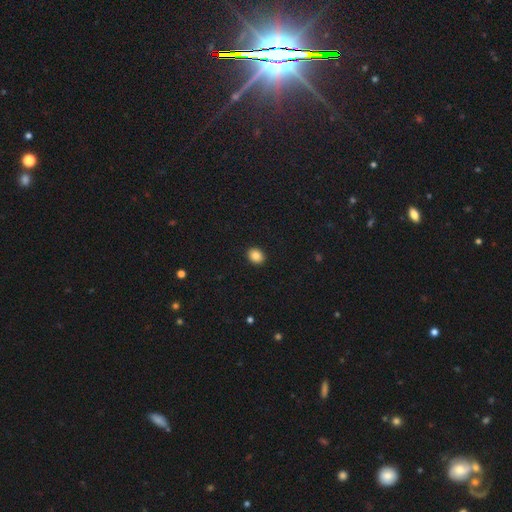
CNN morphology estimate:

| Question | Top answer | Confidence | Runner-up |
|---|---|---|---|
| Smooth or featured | smooth | 86% | star or artifact (9%) |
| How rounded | round | 58% | in between (41%) |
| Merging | none | 92% | minor disturbance (5%) |